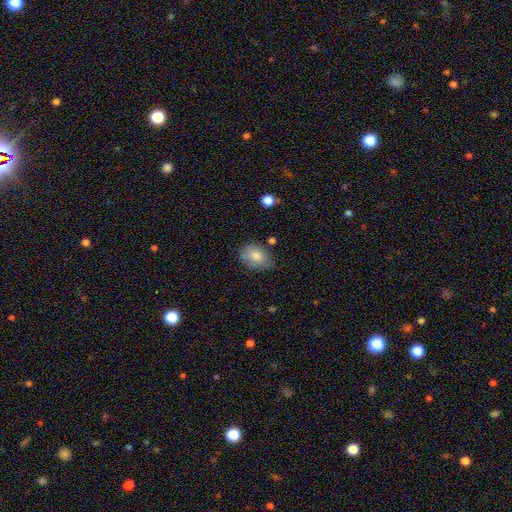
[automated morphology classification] Smooth or featured: smooth — 80% (featured or disk — 12%)
How rounded: in between — 77% (round — 21%)
Merging: none — 72% (minor disturbance — 21%)